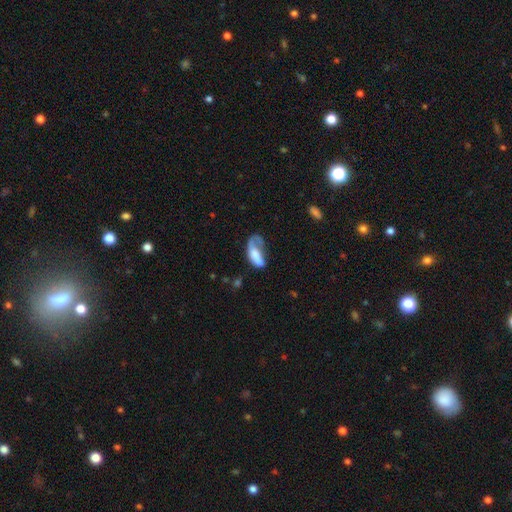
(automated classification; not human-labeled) A smooth galaxy with no disk features (63%) that is in between round and cigar-shaped (83%). Merging: major disturbance (53%).